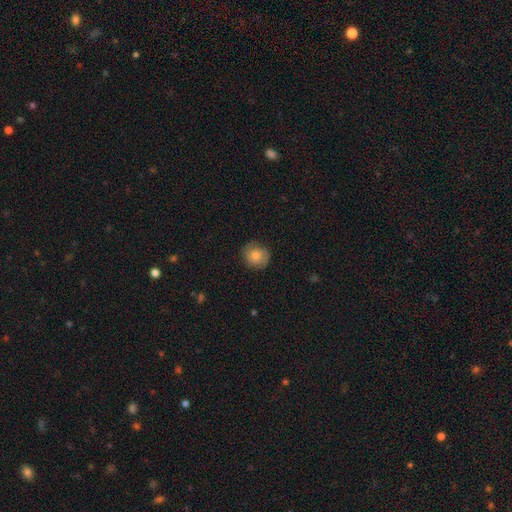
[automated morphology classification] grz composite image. It shows a smooth galaxy with no disk features (73%) that is round (85%). Merging: none (82%).